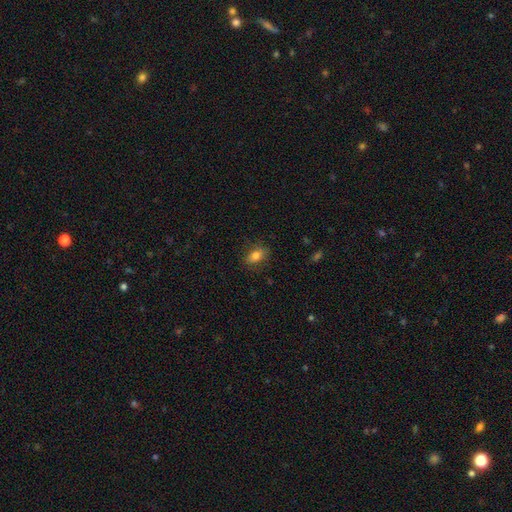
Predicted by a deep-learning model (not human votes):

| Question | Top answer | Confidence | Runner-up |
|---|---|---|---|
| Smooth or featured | smooth | 79% | featured or disk (12%) |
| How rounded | in between | 84% | round (12%) |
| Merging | none | 81% | minor disturbance (14%) |